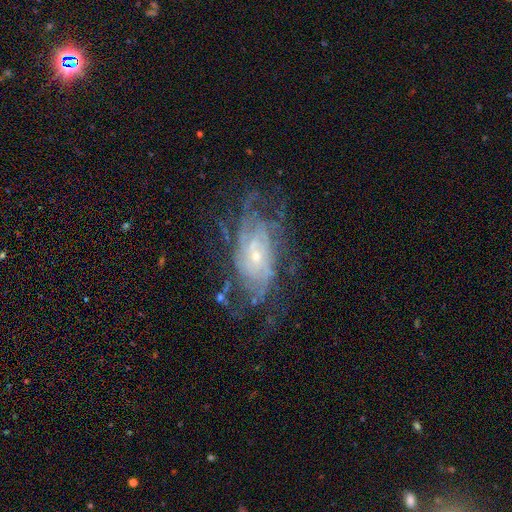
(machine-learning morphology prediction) Q: Smooth or featured?
A: featured or disk (82%); runner-up: smooth (10%)
Q: Edge-on disk?
A: no (95%); runner-up: yes (5%)
Q: Bar?
A: no (66%); runner-up: weak (27%)
Q: Spiral arms?
A: yes (88%); runner-up: no (12%)
Q: Spiral winding?
A: tight (58%); runner-up: medium (31%)
Q: Spiral arm count?
A: can't tell (48%); runner-up: 4 (14%)
Q: Bulge size?
A: small (73%); runner-up: moderate (22%)
Q: Merging?
A: none (63%); runner-up: minor disturbance (19%)